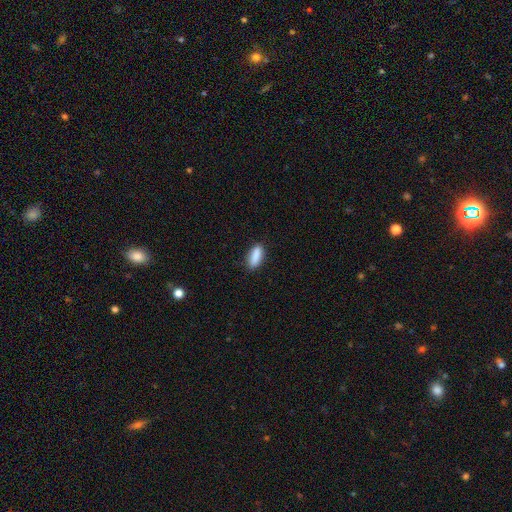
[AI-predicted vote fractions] Smooth or featured? Predicted: smooth (p=0.88). How rounded? Predicted: in between (p=0.64). Merging? Predicted: none (p=0.86).